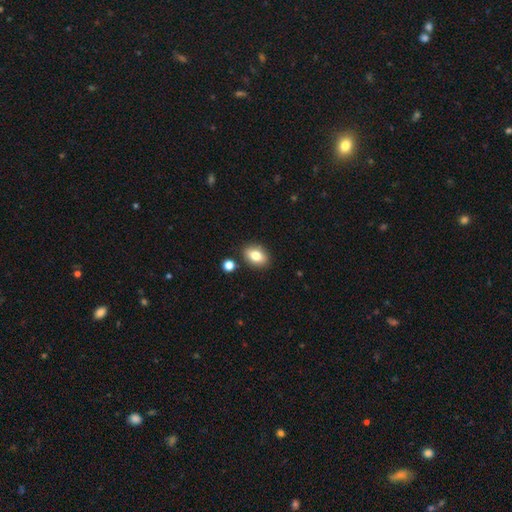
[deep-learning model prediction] The model was most divided on "how rounded": in between: 79%, round: 19%, cigar-shaped: 1%. More confident: merging — none (84%); smooth or featured — smooth (81%).